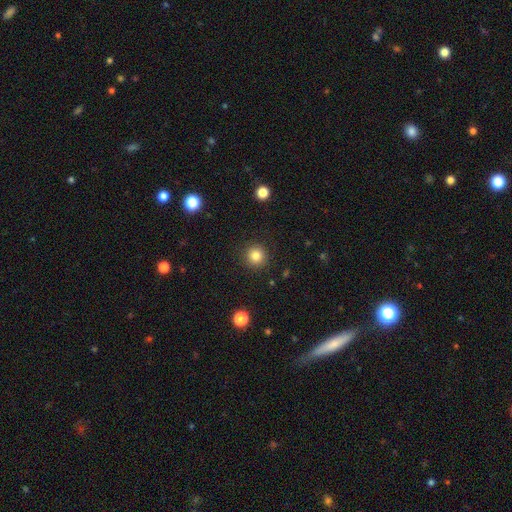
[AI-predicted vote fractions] smooth_or_featured: smooth (p=0.83) [alt: star or artifact p=0.11]
how_rounded: round (p=0.94) [alt: in between p=0.05]
merging: none (p=0.91) [alt: minor disturbance p=0.06]